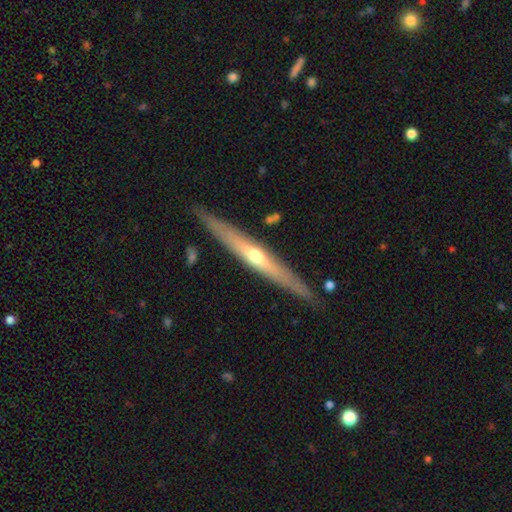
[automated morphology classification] The model was most divided on "smooth or featured": featured or disk: 70%, smooth: 24%, star or artifact: 5%. More confident: edge-on disk — yes (94%); merging — none (85%); edge-on bulge — rounded (78%).